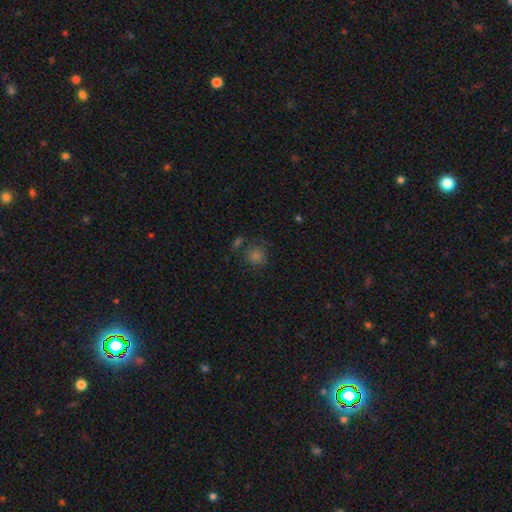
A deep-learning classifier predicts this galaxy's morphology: Overall: smooth (63%; star or artifact 26%). How rounded: round (90%). Merging: none (71%).